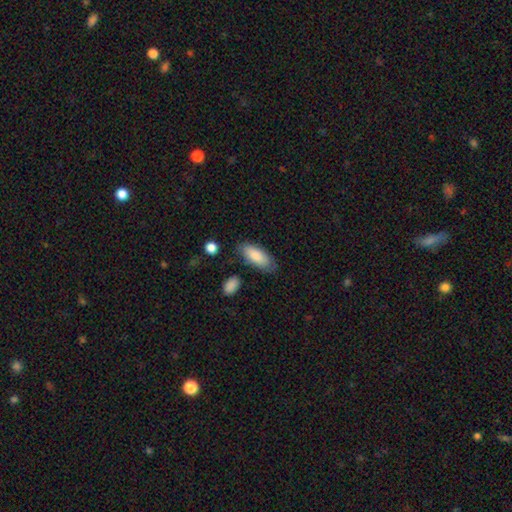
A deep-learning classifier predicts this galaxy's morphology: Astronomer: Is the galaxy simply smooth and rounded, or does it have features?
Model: smooth — 85%.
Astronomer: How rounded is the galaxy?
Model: in between — 83%.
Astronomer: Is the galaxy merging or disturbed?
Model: none — 73%.